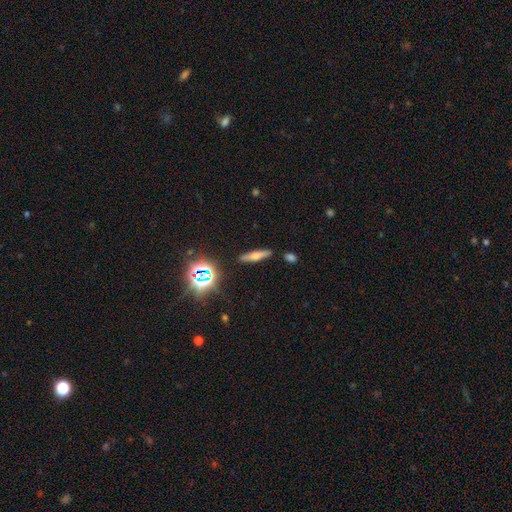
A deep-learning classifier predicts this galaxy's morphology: Smooth or featured? Predicted: smooth (p=0.41, tied with featured or disk). Merging? Predicted: none (p=0.88).